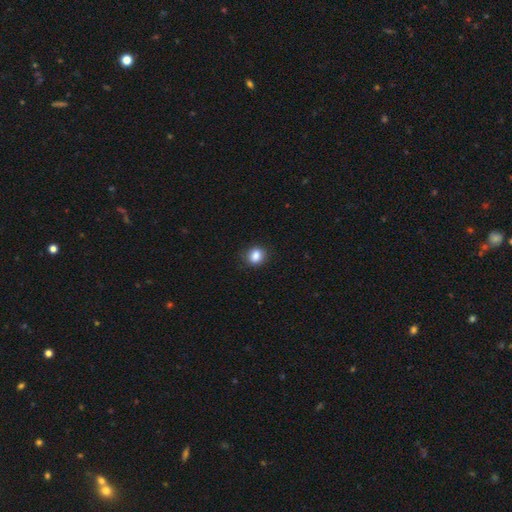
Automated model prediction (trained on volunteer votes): A smooth galaxy with no disk features (85%) that is round (58%).

Vote fractions:
- Smooth or featured? smooth: 85% / star or artifact: 10% / featured or disk: 5%
- How rounded? round: 58% / in between: 41% / cigar-shaped: 1%
- Merging? none: 83% / minor disturbance: 13% / major disturbance: 3% / merger: 1%